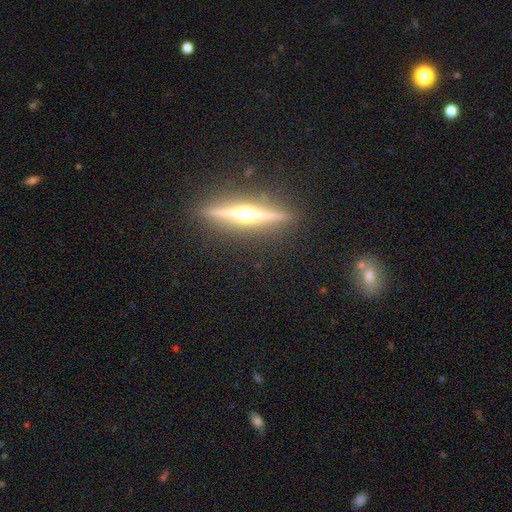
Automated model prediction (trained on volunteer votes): smooth_or_featured: featured or disk (p=0.78) [alt: smooth p=0.15]
disk_edge_on: yes (p=0.97) [alt: no p=0.03]
edge_on_bulge: rounded (p=0.91) [alt: none p=0.05]
merging: none (p=0.89) [alt: minor disturbance p=0.08]